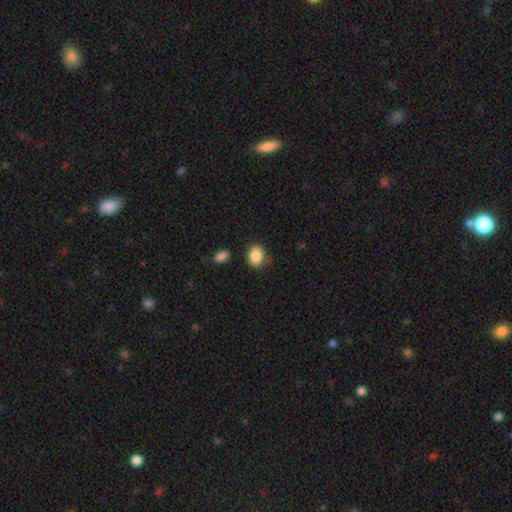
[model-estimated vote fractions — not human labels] Smooth or featured? smooth (87%)
How rounded? in between (63%)
Merging? none (75%)